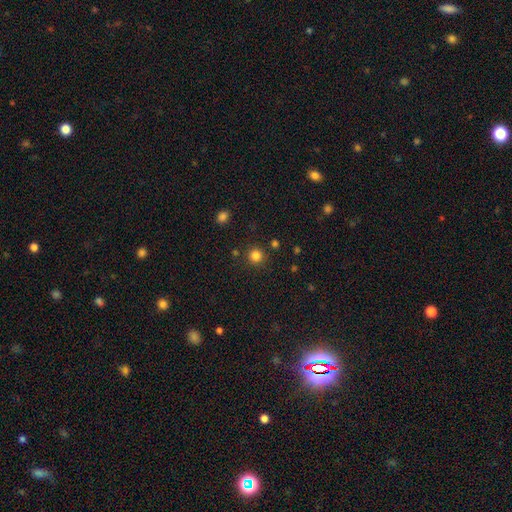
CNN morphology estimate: Overall: smooth (83%). How rounded: round (94%). Merging: none (87%).